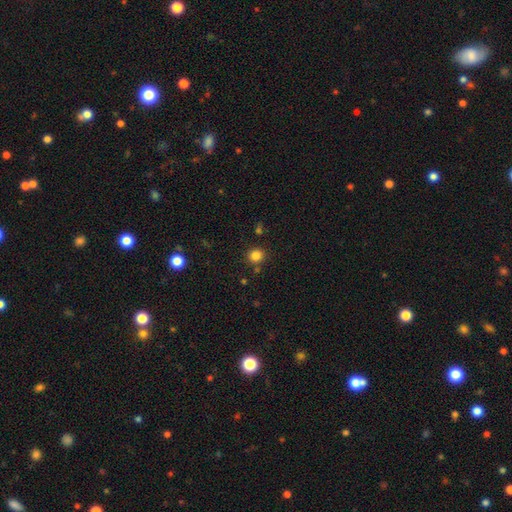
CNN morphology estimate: smooth-or-featured: smooth: 83% | star or artifact: 13% | featured or disk: 4%
  how-rounded: round: 89% | in between: 10% | cigar-shaped: 1%
  merging: none: 84% | minor disturbance: 8% | merger: 5% | major disturbance: 3%